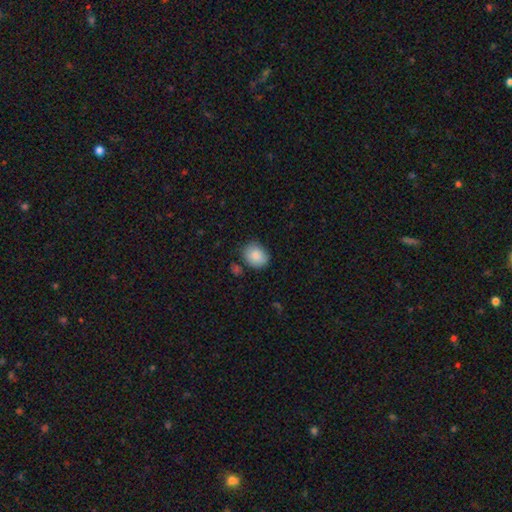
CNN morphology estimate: Smooth or featured? smooth (87%)
How rounded? round (53%)
Merging? none (76%)